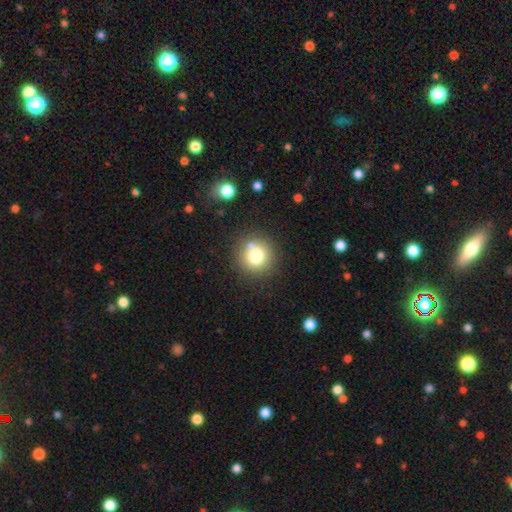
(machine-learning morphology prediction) Smooth or featured? smooth (75%)
How rounded? round (92%)
Merging? none (76%)